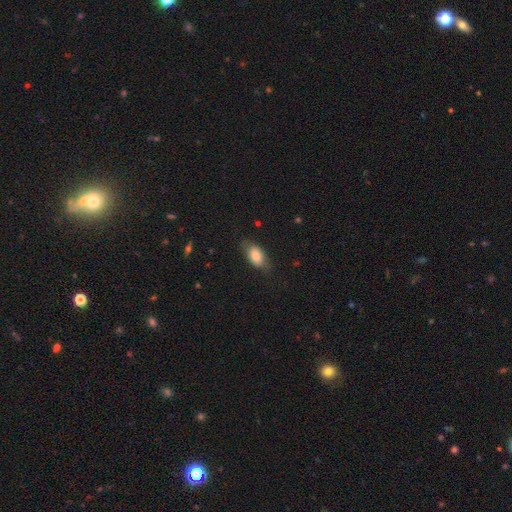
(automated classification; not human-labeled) Smooth or featured? Predicted: smooth (p=0.78). How rounded? Predicted: in between (p=0.89). Merging? Predicted: none (p=0.73).